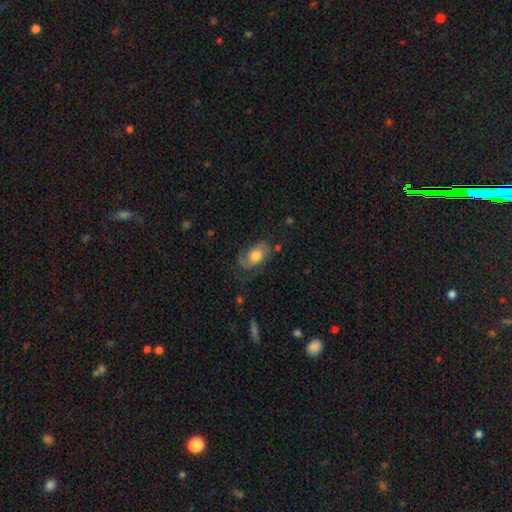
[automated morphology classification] Smooth or featured?
  - featured or disk: 52% *
  - smooth: 40%
  - star or artifact: 7%
Edge-on disk?
  - no: 94% *
  - yes: 6%
Merging?
  - none: 51% *
  - minor disturbance: 24%
  - major disturbance: 22%
  - merger: 2%